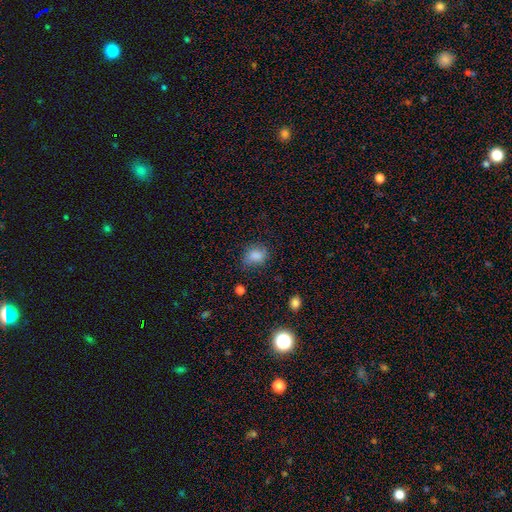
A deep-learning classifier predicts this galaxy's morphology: A smooth galaxy with no disk features (83%) that is in between round and cigar-shaped (52%).

Vote fractions:
- Smooth or featured? smooth: 83% / star or artifact: 11% / featured or disk: 6%
- How rounded? in between: 52% / round: 47% / cigar-shaped: 1%
- Merging? none: 68% / minor disturbance: 24% / major disturbance: 7% / merger: 2%